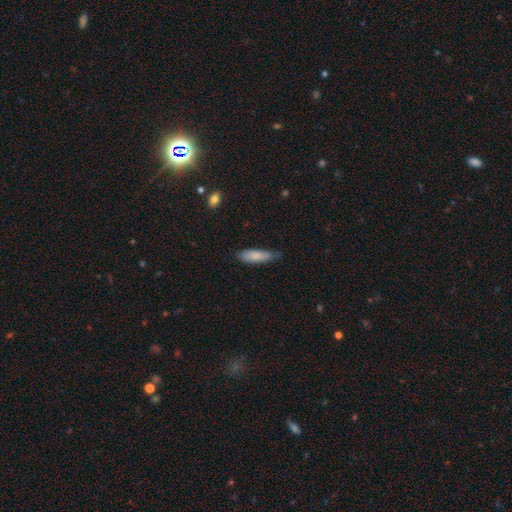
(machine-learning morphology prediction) type=smooth (83%); roundness=cigar-shaped (58%); merging=none (69%).